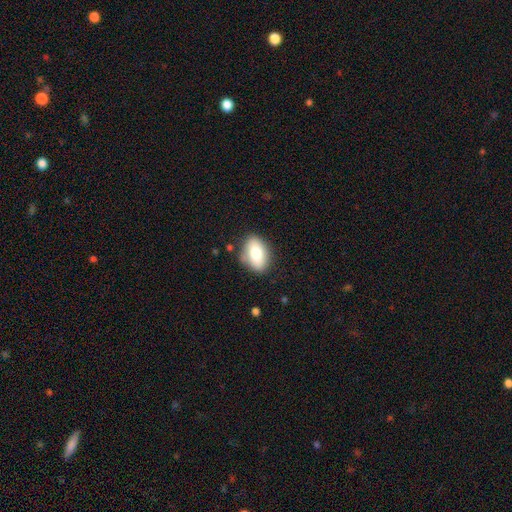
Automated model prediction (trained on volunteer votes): Smooth or featured?
  - smooth: 75% *
  - featured or disk: 18%
  - star or artifact: 7%
How rounded?
  - in between: 87% *
  - round: 11%
  - cigar-shaped: 2%
Merging?
  - none: 80% *
  - minor disturbance: 15%
  - major disturbance: 3%
  - merger: 2%